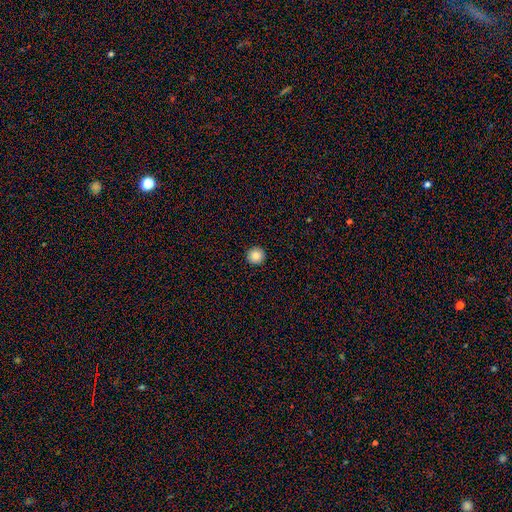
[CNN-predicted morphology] Q: Smooth or featured?
A: smooth (85%); runner-up: star or artifact (10%)
Q: How rounded?
A: round (96%); runner-up: in between (3%)
Q: Merging?
A: none (93%); runner-up: minor disturbance (4%)